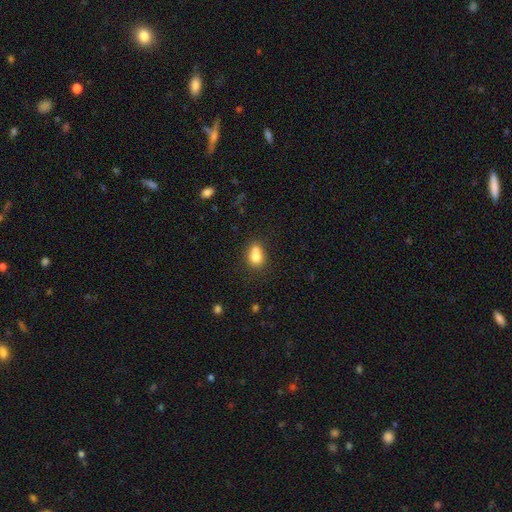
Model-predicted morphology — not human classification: A smooth galaxy with no disk features (75%) that is round (53%).

Vote fractions:
- Smooth or featured? smooth: 75% / featured or disk: 14% / star or artifact: 10%
- How rounded? round: 53% / in between: 46% / cigar-shaped: 1%
- Merging? merger: 48% / none: 36% / minor disturbance: 12% / major disturbance: 4%